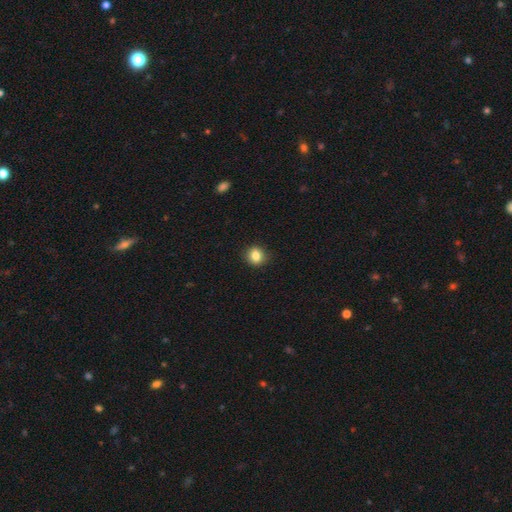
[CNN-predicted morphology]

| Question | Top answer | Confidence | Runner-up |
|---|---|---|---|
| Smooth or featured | smooth | 84% | star or artifact (10%) |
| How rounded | round | 75% | in between (24%) |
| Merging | none | 89% | minor disturbance (8%) |